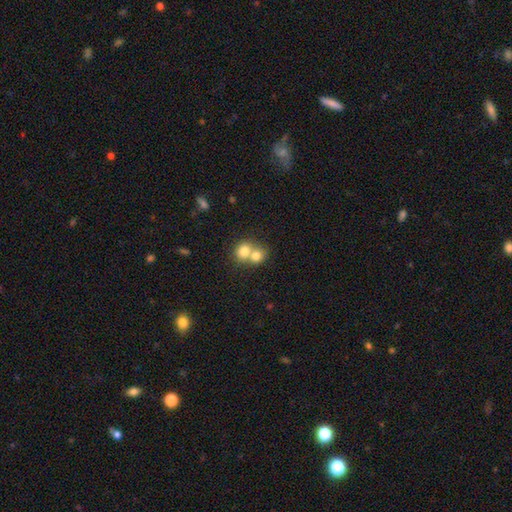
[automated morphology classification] Smooth or featured?
  - smooth: 76% *
  - featured or disk: 15%
  - star or artifact: 9%
How rounded?
  - round: 71% *
  - in between: 28%
  - cigar-shaped: 1%
Merging?
  - merger: 69% *
  - none: 25%
  - minor disturbance: 4%
  - major disturbance: 2%